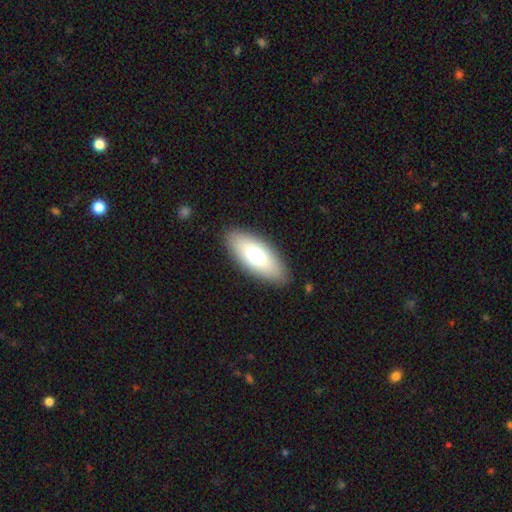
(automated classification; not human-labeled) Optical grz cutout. It shows a smooth galaxy with no disk features (70%) that is in between round and cigar-shaped (82%). Merging: none (87%).